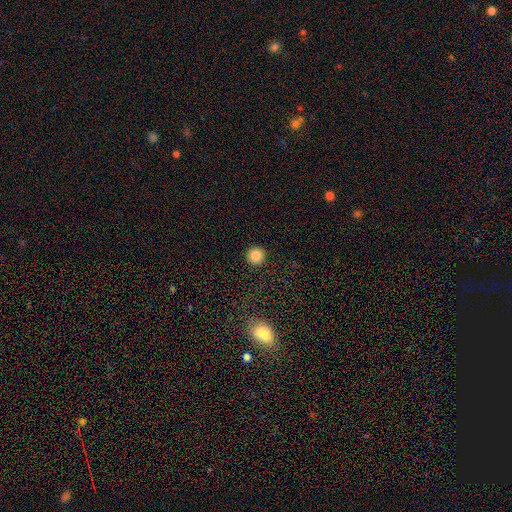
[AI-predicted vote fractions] This is clearly a smooth galaxy (85%). How rounded: clearly round (96%). Merging: clearly none (92%).